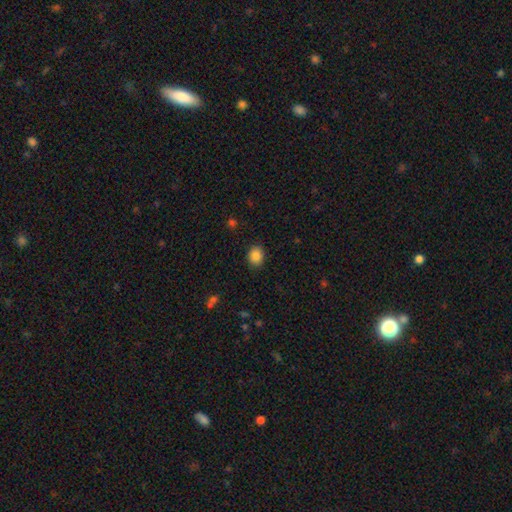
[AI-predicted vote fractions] Overall: smooth (86%). How rounded: round (61%; in between 38%). Merging: none (88%).